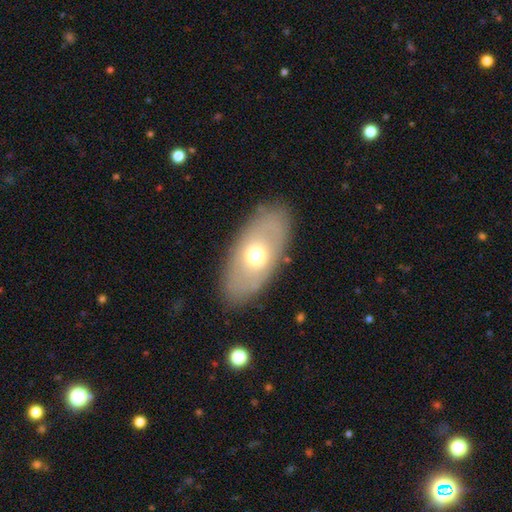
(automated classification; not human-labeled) Smooth or featured?
  - smooth: 54% *
  - featured or disk: 38%
  - star or artifact: 8%
How rounded?
  - in between: 89% *
  - round: 6%
  - cigar-shaped: 6%
Merging?
  - none: 87% *
  - minor disturbance: 9%
  - major disturbance: 3%
  - merger: 1%